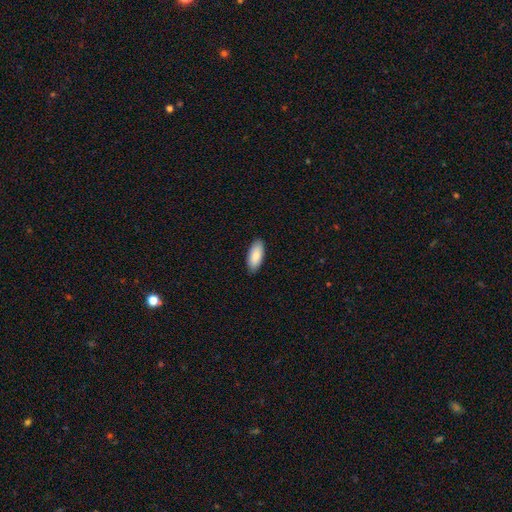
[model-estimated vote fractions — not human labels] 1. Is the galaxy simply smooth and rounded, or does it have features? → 88% smooth, 7% featured or disk, 5% star or artifact.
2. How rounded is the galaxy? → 87% in between, 11% cigar-shaped, 2% round.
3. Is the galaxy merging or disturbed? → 89% none, 8% minor disturbance, 2% major disturbance, 1% merger.